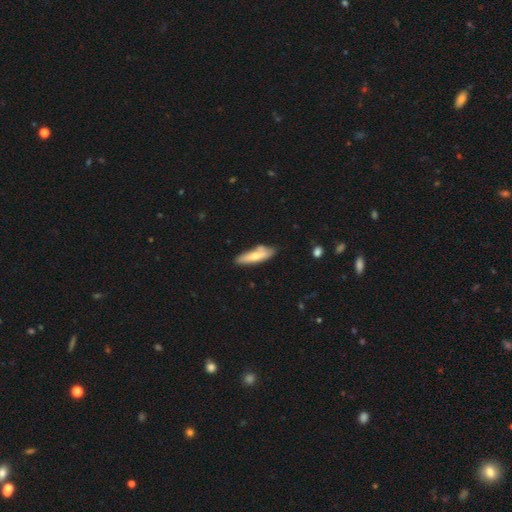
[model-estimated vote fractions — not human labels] A smooth galaxy with no disk features (61%) that is cigar-shaped (61%).

Vote fractions:
- Smooth or featured? smooth: 61% / featured or disk: 33% / star or artifact: 6%
- How rounded? cigar-shaped: 61% / in between: 37% / round: 2%
- Merging? none: 65% / minor disturbance: 22% / merger: 8% / major disturbance: 5%